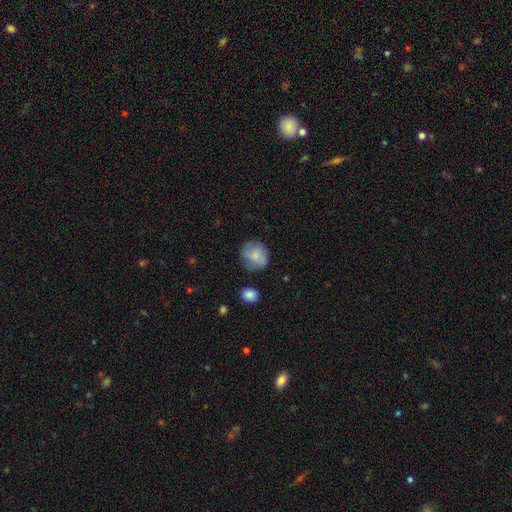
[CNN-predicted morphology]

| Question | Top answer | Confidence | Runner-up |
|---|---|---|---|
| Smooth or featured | smooth | 72% | featured or disk (21%) |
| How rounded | round | 83% | in between (16%) |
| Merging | none | 71% | minor disturbance (20%) |